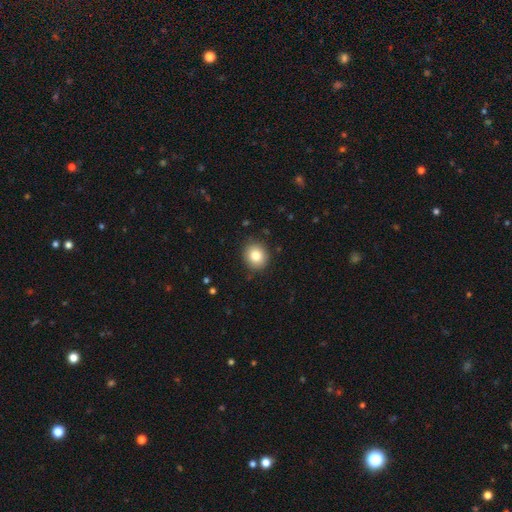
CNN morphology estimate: This is clearly a smooth galaxy (83%). How rounded: likely round (78%). Merging: clearly none (89%).